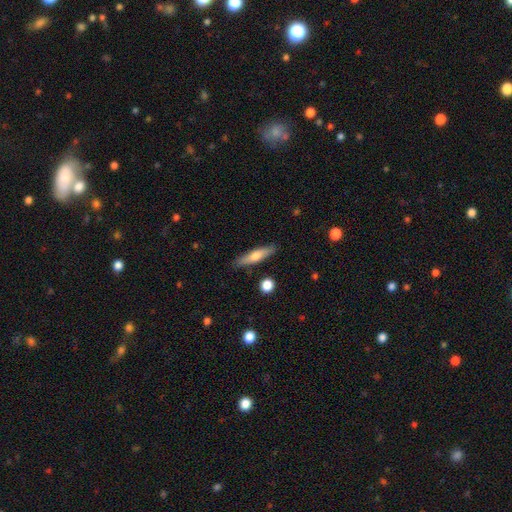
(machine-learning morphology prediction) The model was most divided on "smooth or featured": smooth: 61%, featured or disk: 33%, star or artifact: 6%. More confident: merging — none (86%); how rounded — cigar-shaped (80%).